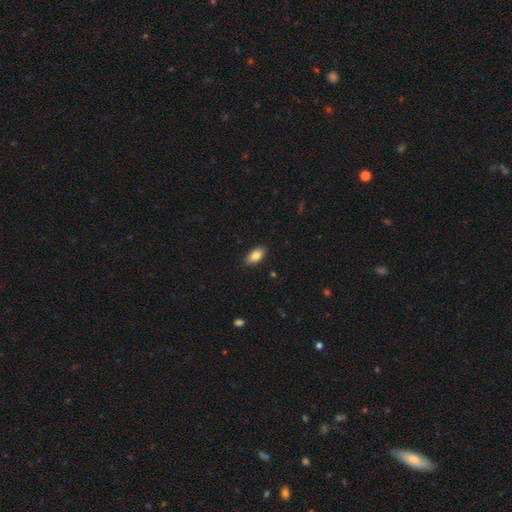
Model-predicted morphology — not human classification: A smooth galaxy with no disk features (84%) that is in between round and cigar-shaped (92%).

Vote fractions:
- Smooth or featured? smooth: 84% / featured or disk: 9% / star or artifact: 7%
- How rounded? in between: 92% / round: 4% / cigar-shaped: 4%
- Merging? none: 86% / minor disturbance: 12% / major disturbance: 2% / merger: 1%